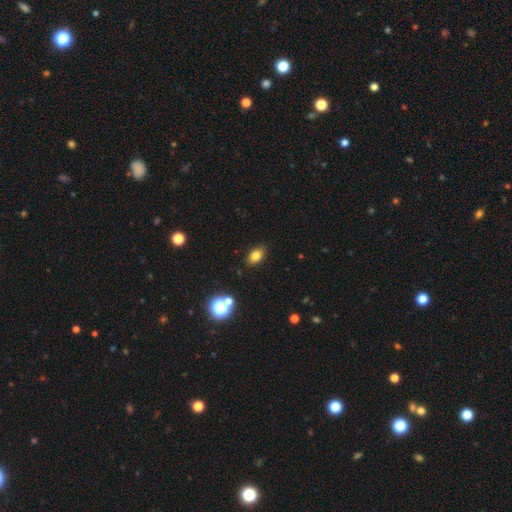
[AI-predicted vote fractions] A smooth galaxy with no disk features (79%) that is in between round and cigar-shaped (81%). Merging: none (87%).